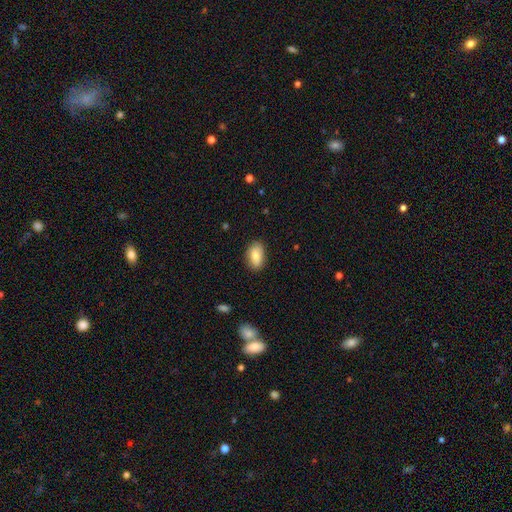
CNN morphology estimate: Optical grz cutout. It shows a smooth galaxy with no disk features (82%) that is in between round and cigar-shaped (92%). Merging: none (84%).